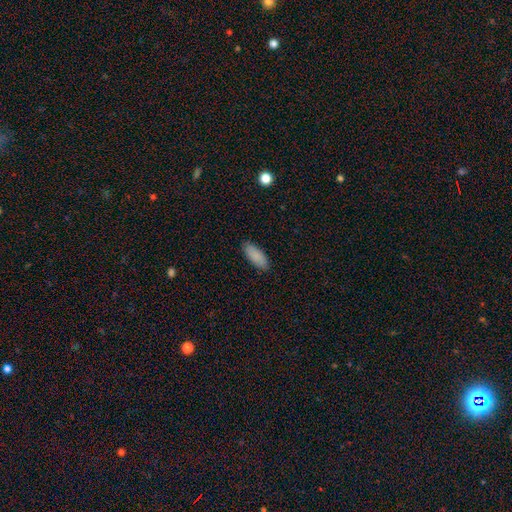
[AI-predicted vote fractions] This appears to be a smooth galaxy with no disk features (88%) that is in between round and cigar-shaped (79%). Merging: none (88%).